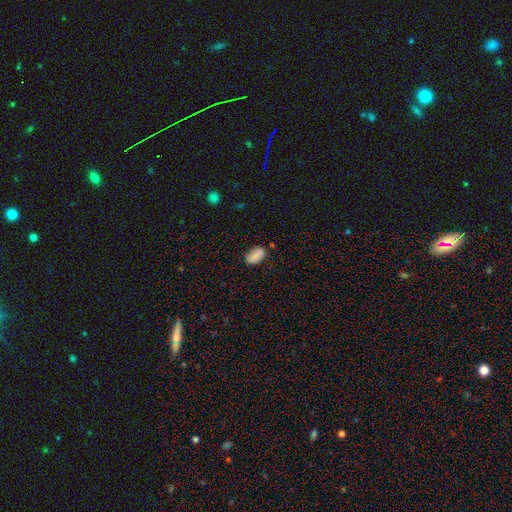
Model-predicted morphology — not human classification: This is clearly a smooth galaxy (84%). How rounded: clearly in between (92%). Merging: likely none (76%).